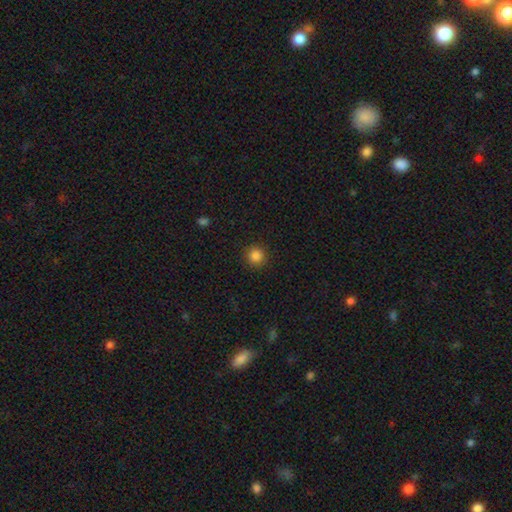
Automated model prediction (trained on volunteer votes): This is clearly a smooth galaxy (85%). How rounded: clearly round (95%). Merging: clearly none (92%).